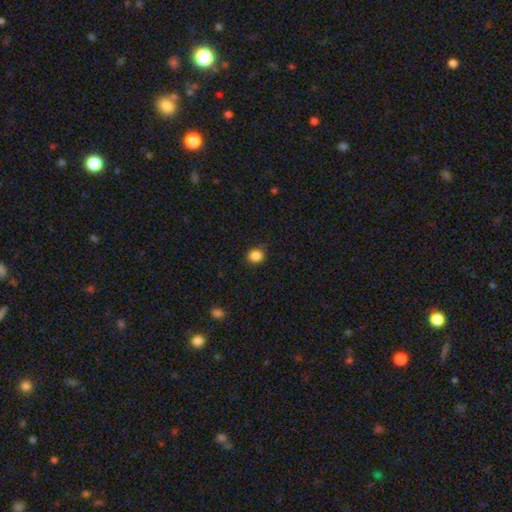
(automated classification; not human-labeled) smooth-or-featured: smooth: 86% | star or artifact: 11% | featured or disk: 3%
  how-rounded: round: 85% | in between: 14% | cigar-shaped: 1%
  merging: none: 87% | minor disturbance: 9% | major disturbance: 2% | merger: 1%